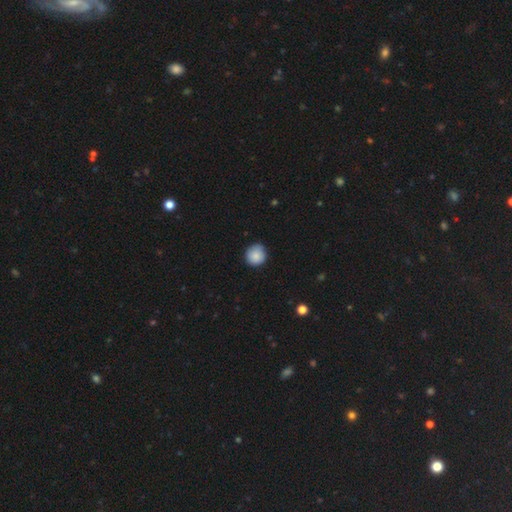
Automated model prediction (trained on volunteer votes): smooth_or_featured: smooth (p=0.85) [alt: star or artifact p=0.08]
how_rounded: round (p=0.93) [alt: in between p=0.06]
merging: none (p=0.82) [alt: minor disturbance p=0.15]